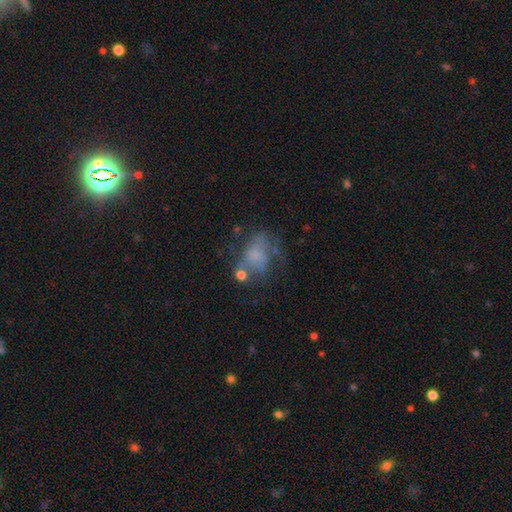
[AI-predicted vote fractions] Morphology: type=featured or disk (43%); merging=none (36%).